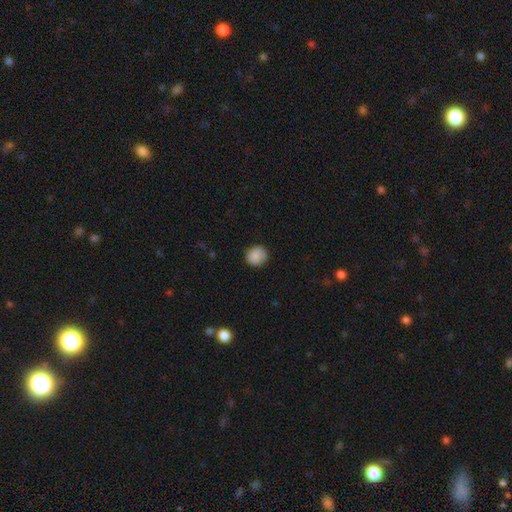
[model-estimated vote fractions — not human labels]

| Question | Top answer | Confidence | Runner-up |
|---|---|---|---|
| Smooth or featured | smooth | 87% | star or artifact (8%) |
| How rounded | round | 88% | in between (11%) |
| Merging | none | 83% | minor disturbance (13%) |